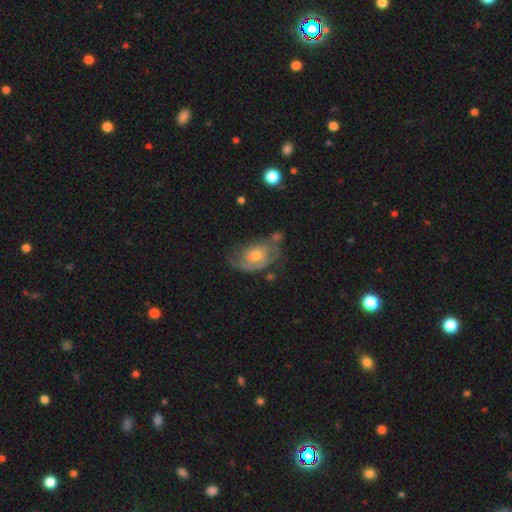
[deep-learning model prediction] This appears to be a featured or disk galaxy (71%) with no bar (69%), 2 (48%) tight (48%) spiral arms (84%) and a moderate central bulge (57%). Merging: none (49%).